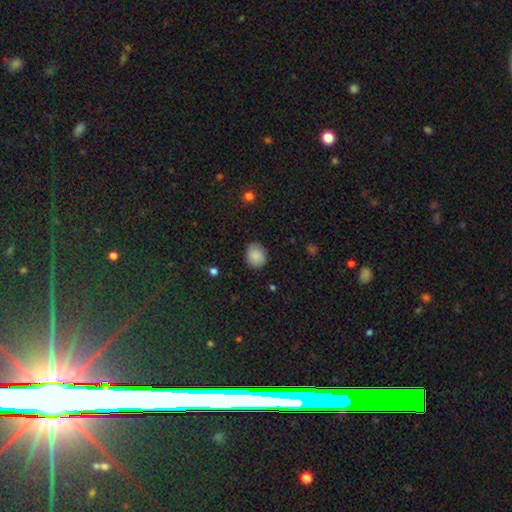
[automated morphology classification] This appears to be a smooth galaxy with no disk features (87%) that is round (70%). Merging: none (85%).